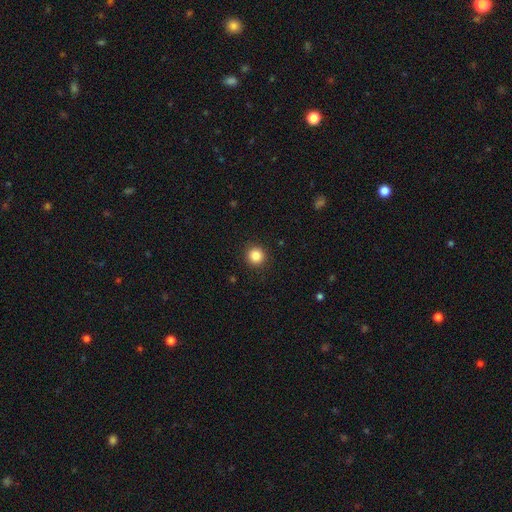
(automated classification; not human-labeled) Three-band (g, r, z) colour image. It shows a smooth galaxy with no disk features (86%) that is round (95%). Merging: none (92%).